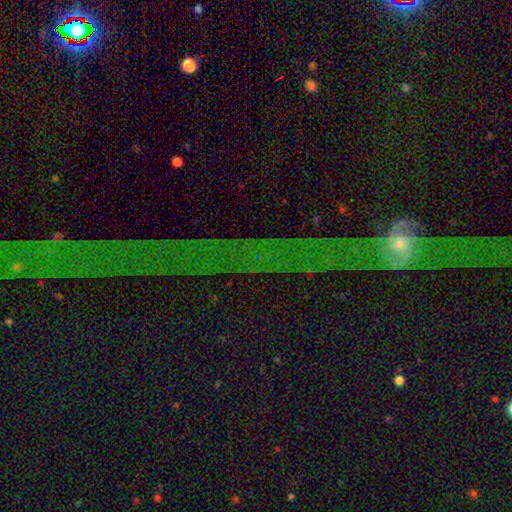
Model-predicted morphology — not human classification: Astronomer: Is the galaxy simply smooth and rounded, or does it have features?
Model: star or artifact — 48% (runner-up: featured or disk, 35%).